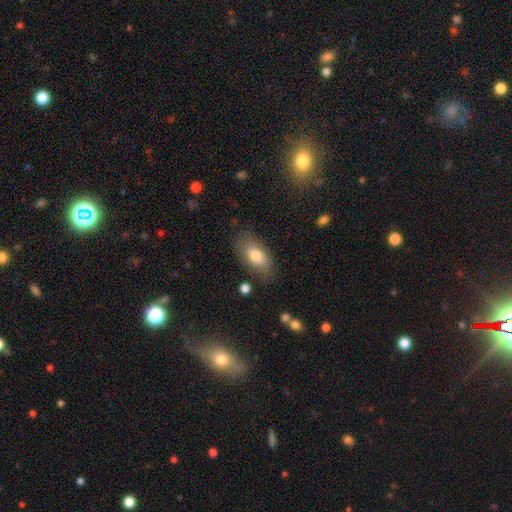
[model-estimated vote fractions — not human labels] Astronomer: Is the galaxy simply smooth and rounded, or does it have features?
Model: smooth — 80%.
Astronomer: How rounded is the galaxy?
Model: in between — 89%.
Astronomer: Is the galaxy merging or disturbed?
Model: none — 79%.